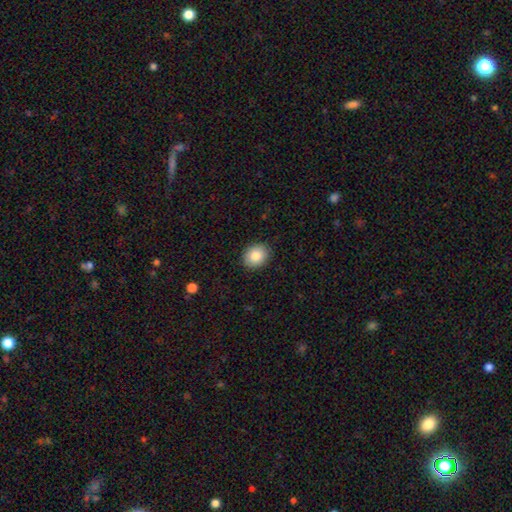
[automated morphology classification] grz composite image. It shows a smooth galaxy with no disk features (85%) that is round (55%). Merging: none (89%).